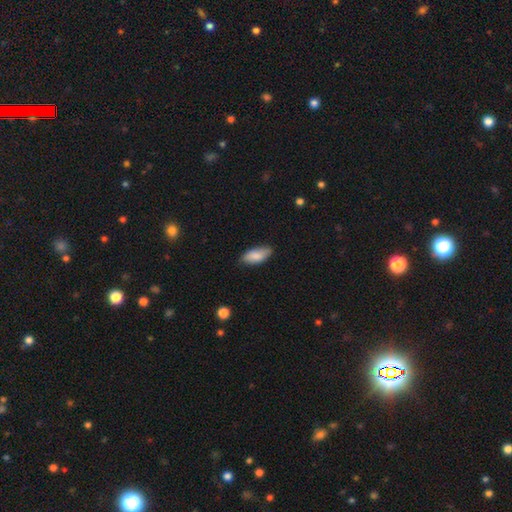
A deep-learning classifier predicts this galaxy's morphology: smooth 85%, featured or disk 9%, star or artifact 6%. Down the decision tree: how rounded — in between (88%); merging — none (76%).